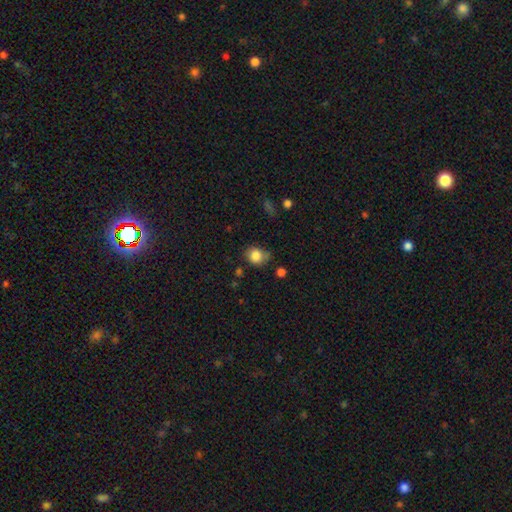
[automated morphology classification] Smooth or featured: smooth — 84% (star or artifact — 10%)
How rounded: round — 64% (in between — 35%)
Merging: none — 60% (minor disturbance — 28%)